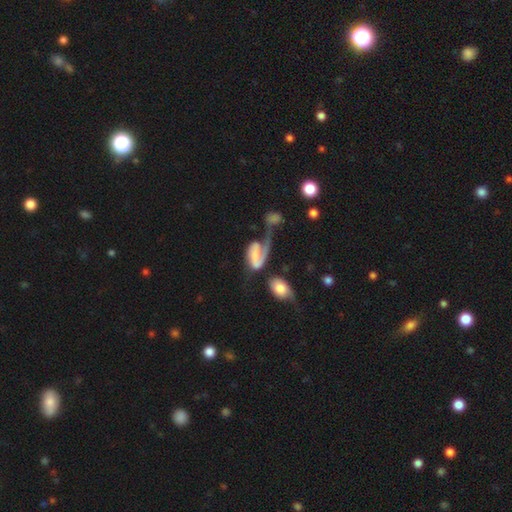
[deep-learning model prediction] Q: Smooth or featured?
A: featured or disk (67%); runner-up: smooth (26%)
Q: Edge-on disk?
A: no (96%); runner-up: yes (4%)
Q: Bar?
A: no (42%); runner-up: weak (34%)
Q: Spiral arms?
A: yes (85%); runner-up: no (15%)
Q: Spiral winding?
A: loose (53%); runner-up: medium (30%)
Q: Spiral arm count?
A: 1 (54%); runner-up: 2 (37%)
Q: Bulge size?
A: none (33%); tied with: small (33%)
Q: Merging?
A: major disturbance (39%); runner-up: merger (32%)